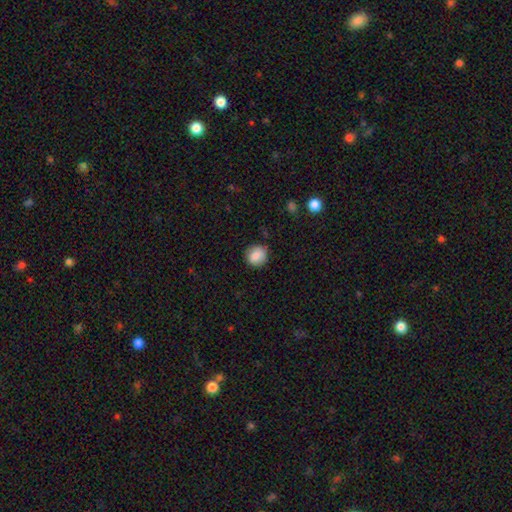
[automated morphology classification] Smooth or featured: smooth — 85% (star or artifact — 9%)
How rounded: round — 84% (in between — 15%)
Merging: none — 85% (minor disturbance — 12%)